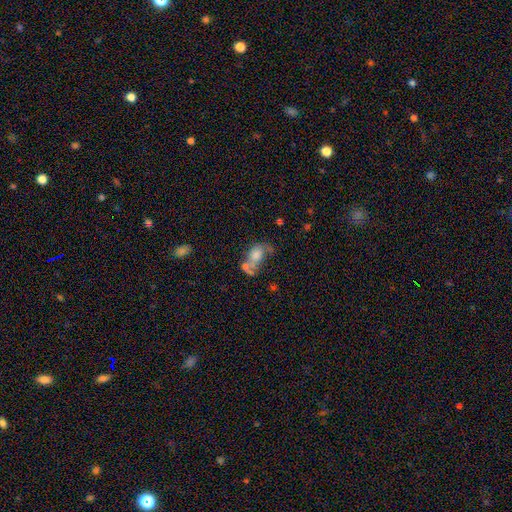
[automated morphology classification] Smooth or featured: smooth — 54% (featured or disk — 34%)
How rounded: in between — 80% (round — 18%)
Merging: merger — 39% (major disturbance — 23%)